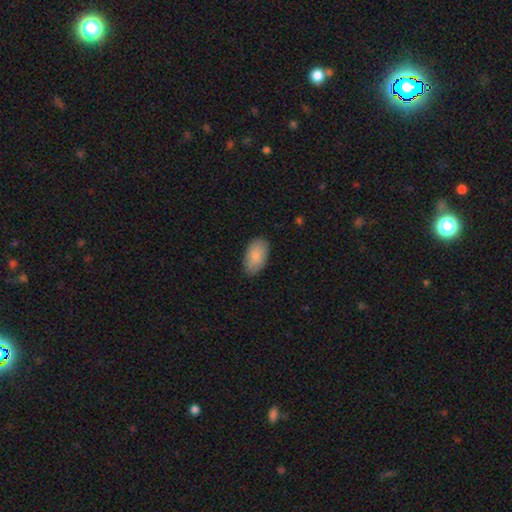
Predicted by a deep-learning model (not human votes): smooth_or_featured: smooth (p=0.85) [alt: featured or disk p=0.09]
how_rounded: in between (p=0.95) [alt: round p=0.04]
merging: none (p=0.85) [alt: minor disturbance p=0.12]